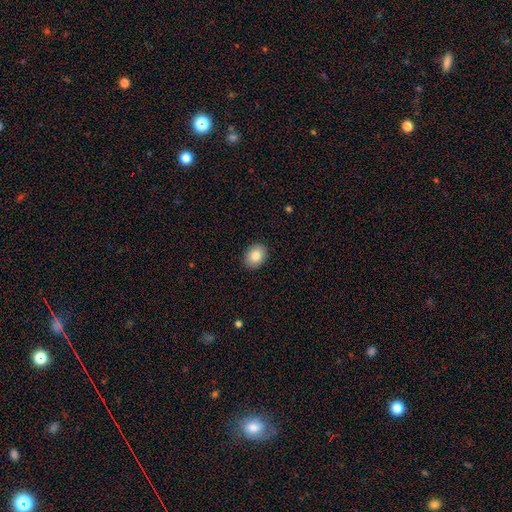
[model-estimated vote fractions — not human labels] Smooth or featured: smooth — 84% (star or artifact — 8%)
How rounded: in between — 59% (round — 40%)
Merging: none — 91% (minor disturbance — 7%)